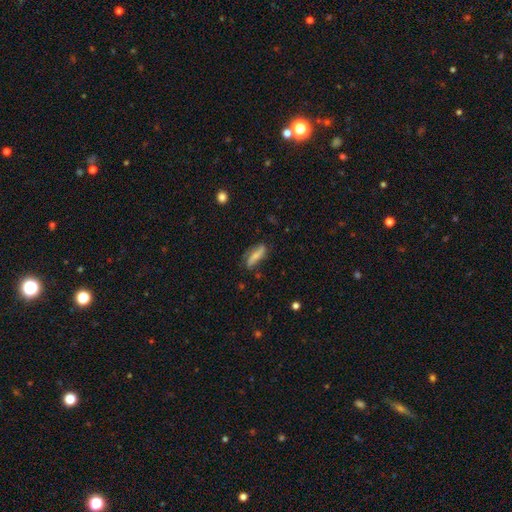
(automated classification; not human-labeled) Q: Smooth or featured?
A: smooth (46%); tied with: featured or disk (46%)
Q: Merging?
A: none (65%); runner-up: minor disturbance (24%)